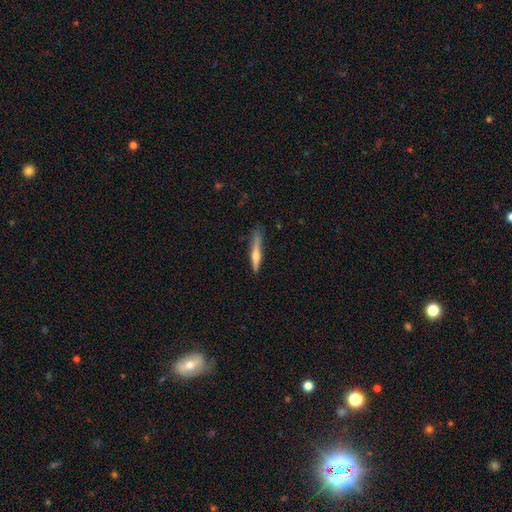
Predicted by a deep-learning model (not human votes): A featured or disk galaxy (50%). Merging: none (73%).